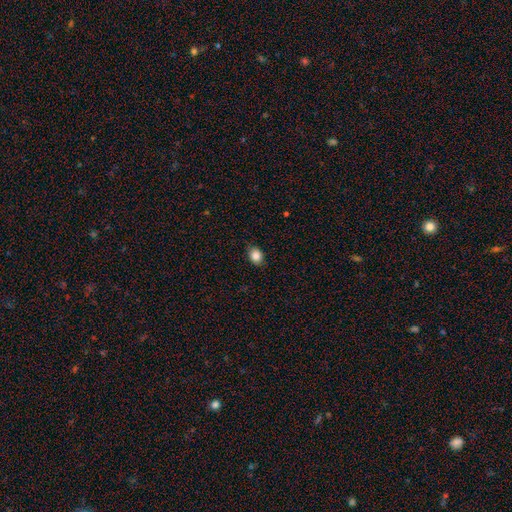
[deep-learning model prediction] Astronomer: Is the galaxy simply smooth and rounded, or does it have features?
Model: smooth — 86%.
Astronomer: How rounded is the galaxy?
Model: in between — 58% (runner-up: round, 41%).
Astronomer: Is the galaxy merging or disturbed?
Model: none — 83%.